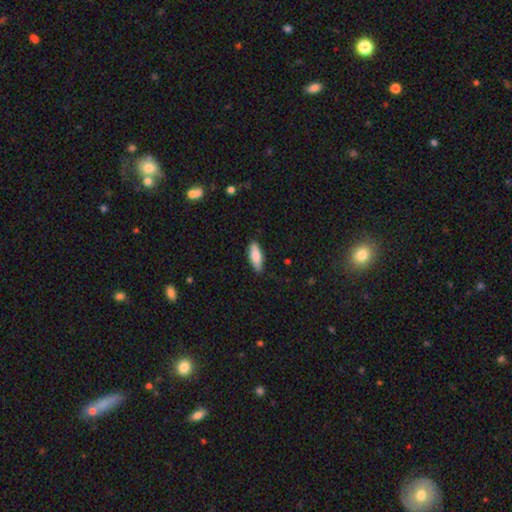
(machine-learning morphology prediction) smooth 82%, featured or disk 12%, star or artifact 6%. Down the decision tree: how rounded — in between (66%); merging — none (84%).